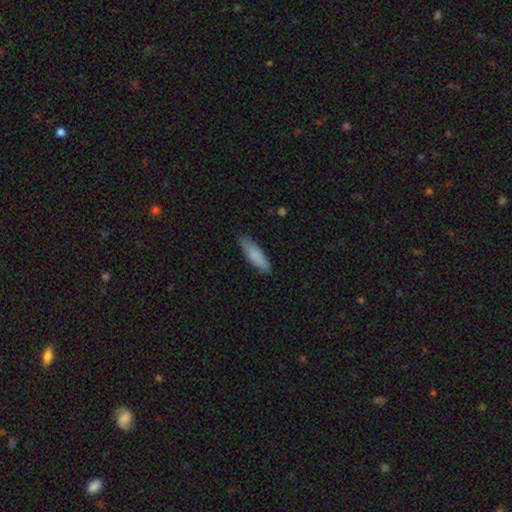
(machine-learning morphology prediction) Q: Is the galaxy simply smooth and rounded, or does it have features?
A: smooth — 86%.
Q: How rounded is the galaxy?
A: cigar-shaped — 54%.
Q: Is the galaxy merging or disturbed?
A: none — 80%.